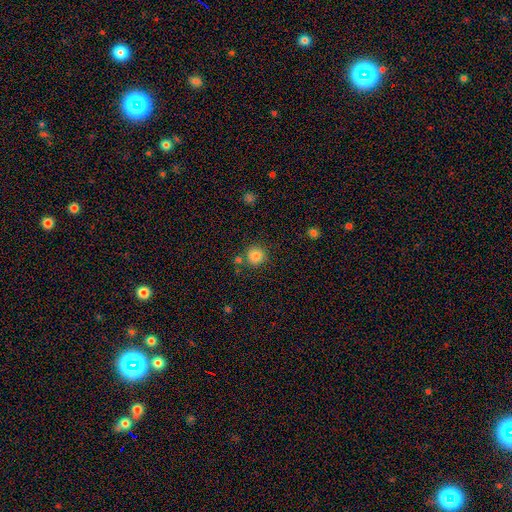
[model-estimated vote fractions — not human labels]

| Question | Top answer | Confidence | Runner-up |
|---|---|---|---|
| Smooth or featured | smooth | 84% | star or artifact (11%) |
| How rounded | round | 93% | in between (6%) |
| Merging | none | 80% | minor disturbance (9%) |